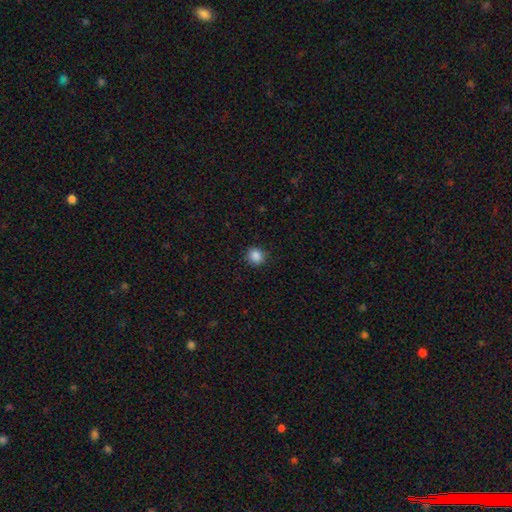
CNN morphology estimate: This appears to be a smooth galaxy with no disk features (87%) that is round (89%). Merging: none (89%).